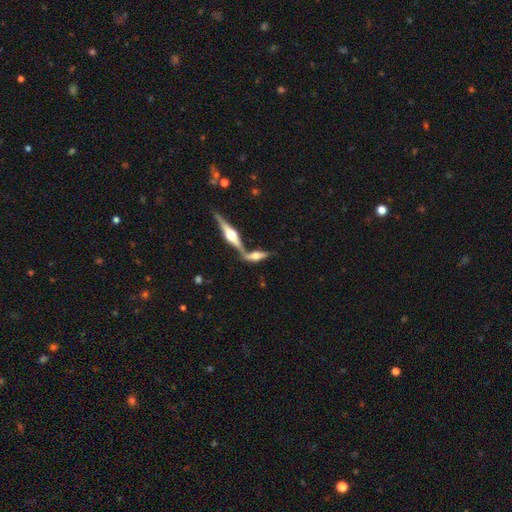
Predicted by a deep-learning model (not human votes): A featured or disk galaxy (66%) viewed edge-on (90%) with a rounded central bulge (94%).

Vote fractions:
- Smooth or featured? featured or disk: 66% / smooth: 27% / star or artifact: 8%
- Edge-on disk? yes: 90% / no: 10%
- Edge-on bulge? rounded: 94% / boxy: 4% / none: 2%
- Merging? none: 42% (tied) / merger: 42% (tied) / minor disturbance: 10% / major disturbance: 5%